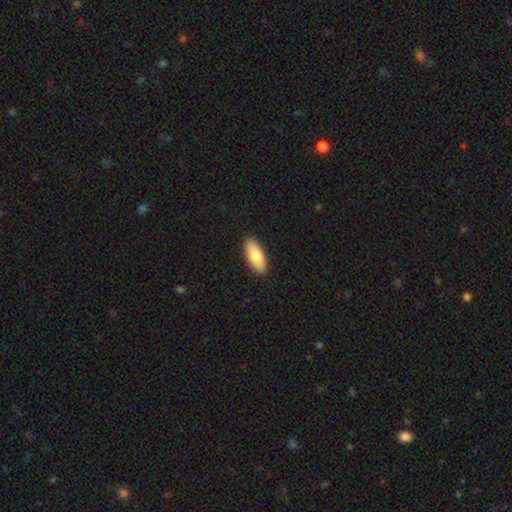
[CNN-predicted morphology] smooth_or_featured: smooth (p=0.79) [alt: featured or disk p=0.15]
how_rounded: in between (p=0.82) [alt: cigar-shaped p=0.16]
merging: none (p=0.91) [alt: minor disturbance p=0.07]